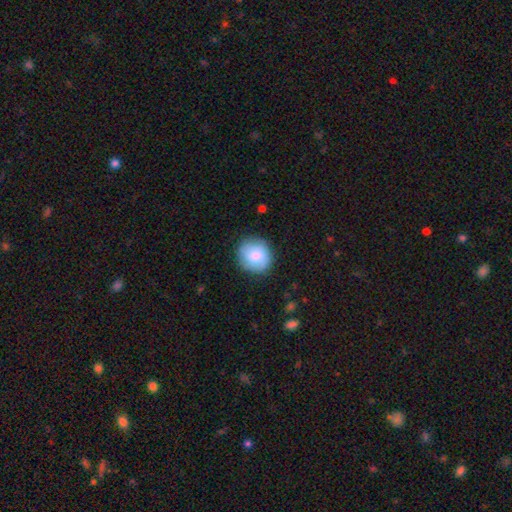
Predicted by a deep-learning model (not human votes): Smooth or featured? Predicted: smooth (p=0.80). How rounded? Predicted: round (p=0.87). Merging? Predicted: none (p=0.85).